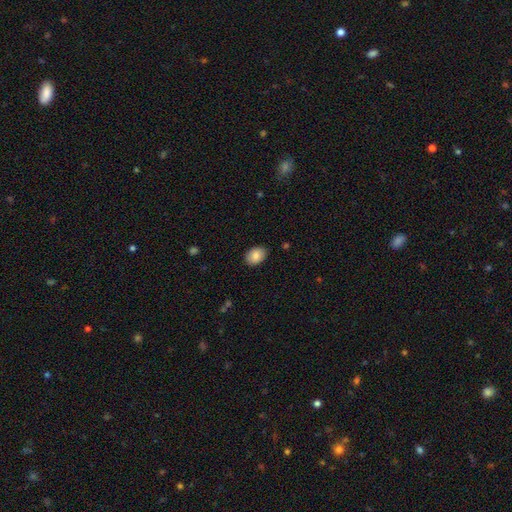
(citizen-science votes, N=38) Overall: smooth (92%). How rounded: in between (74%). Merging: none (78%).